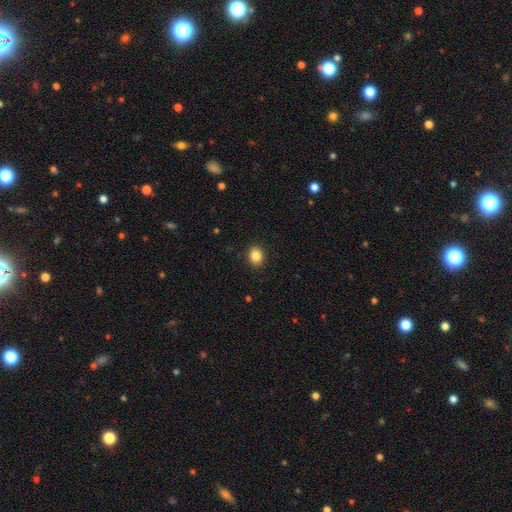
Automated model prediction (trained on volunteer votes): Overall: smooth (86%). How rounded: round (56%; in between 43%). Merging: none (91%).